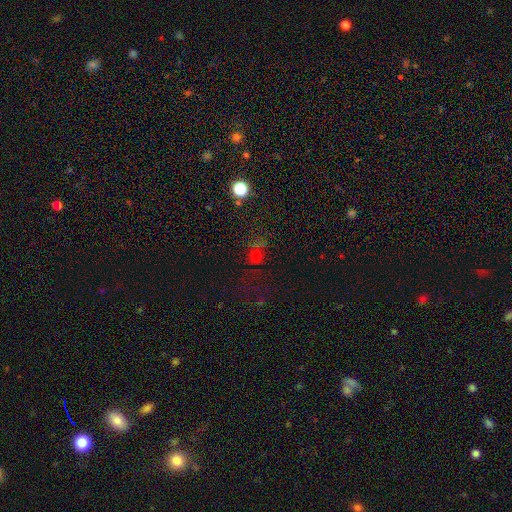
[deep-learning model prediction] A smooth galaxy with no disk features (46%).

Vote fractions:
- Smooth or featured? smooth: 46% / star or artifact: 41% / featured or disk: 13%
- Merging? none: 59% / minor disturbance: 17% / major disturbance: 15% / merger: 9%